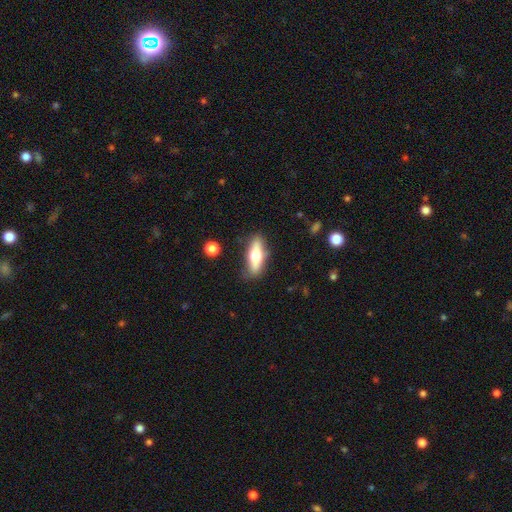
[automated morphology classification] Smooth or featured? Predicted: smooth (p=0.56). How rounded? Predicted: in between (p=0.53). Merging? Predicted: none (p=0.83).